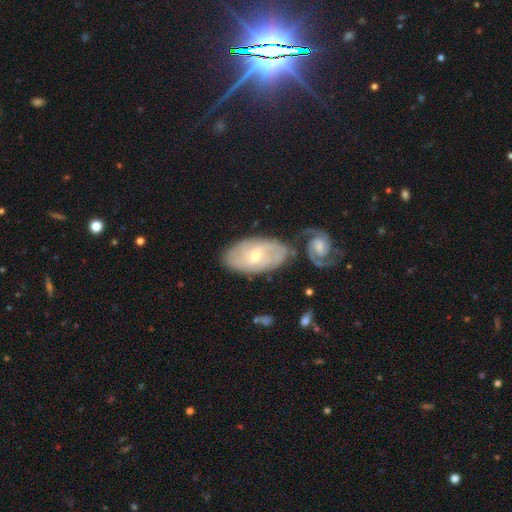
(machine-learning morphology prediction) Smooth or featured? featured or disk (73%)
Edge-on disk? no (94%)
Bar? weak (47%)
Spiral arms? yes (91%)
Spiral winding? tight (52%)
Spiral arm count? 2 (40%)
Bulge size? small (54%)
Merging? none (63%)